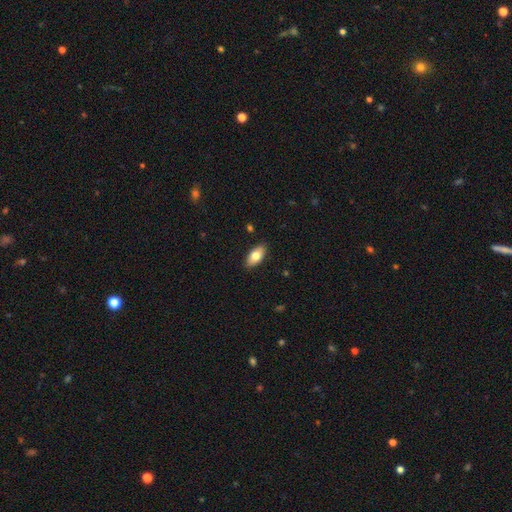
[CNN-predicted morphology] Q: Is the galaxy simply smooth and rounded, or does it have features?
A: smooth — 76%.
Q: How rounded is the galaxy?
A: in between — 90%.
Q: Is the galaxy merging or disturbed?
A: none — 89%.